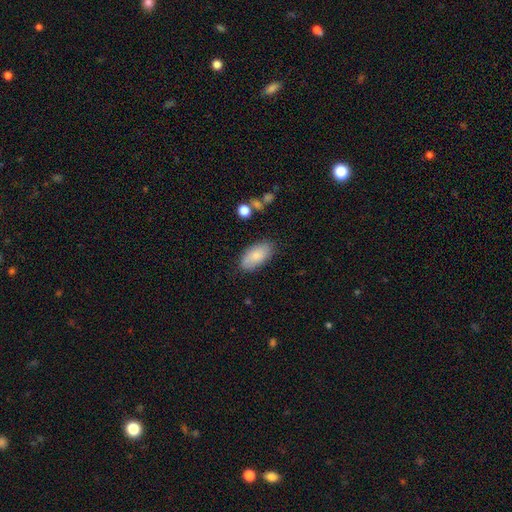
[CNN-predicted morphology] smooth-or-featured: smooth: 78% | featured or disk: 15% | star or artifact: 7%
  how-rounded: in between: 92% | cigar-shaped: 5% | round: 3%
  merging: none: 79% | minor disturbance: 16% | major disturbance: 3% | merger: 2%